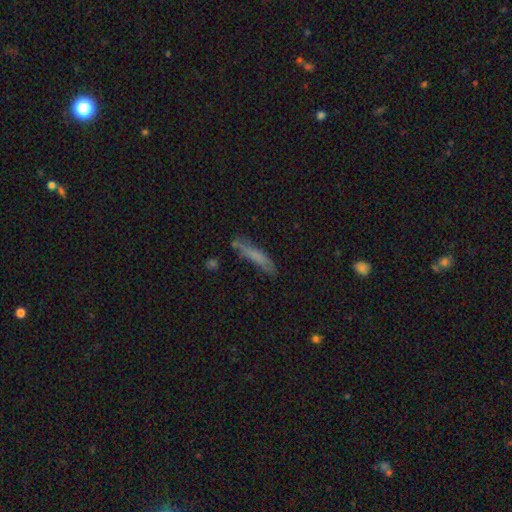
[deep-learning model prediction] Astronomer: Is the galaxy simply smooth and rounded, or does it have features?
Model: smooth — 68%.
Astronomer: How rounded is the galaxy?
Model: cigar-shaped — 87%.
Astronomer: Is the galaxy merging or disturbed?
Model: none — 68%.